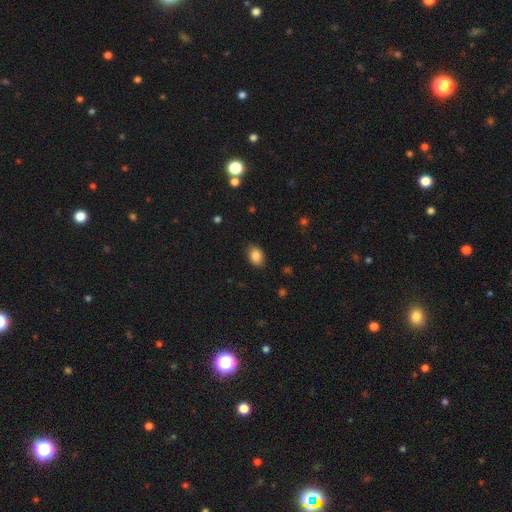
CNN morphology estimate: This is clearly a smooth galaxy (86%). How rounded: likely in between (79%). Merging: clearly none (84%).